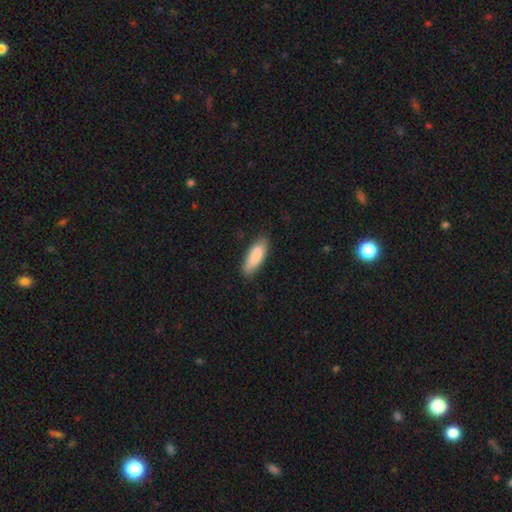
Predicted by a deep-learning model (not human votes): Smooth or featured? Predicted: smooth (p=0.86). How rounded? Predicted: in between (p=0.59). Merging? Predicted: none (p=0.84).